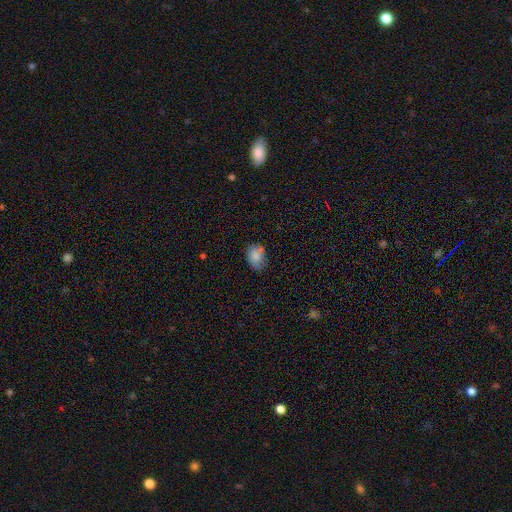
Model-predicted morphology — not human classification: Smooth or featured? Predicted: smooth (p=0.82). How rounded? Predicted: in between (p=0.73). Merging? Predicted: none (p=0.66).